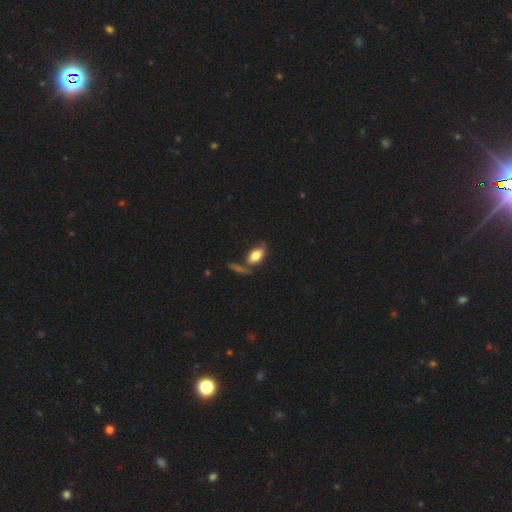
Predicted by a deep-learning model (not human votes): A smooth galaxy with no disk features (75%) that is in between round and cigar-shaped (89%). Merging: none (51%).